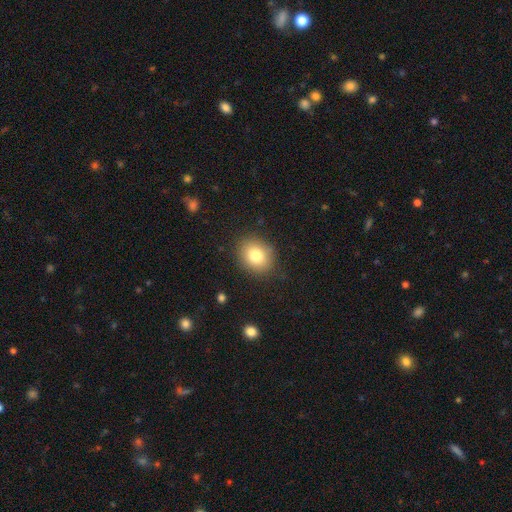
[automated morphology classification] Smooth or featured? smooth (80%)
How rounded? round (60%)
Merging? none (85%)